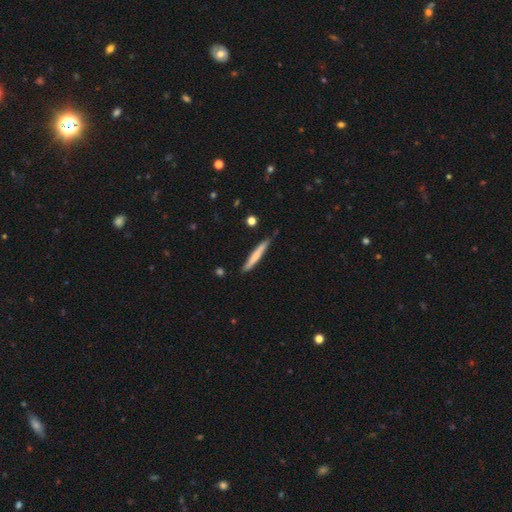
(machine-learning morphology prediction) type=smooth (66%); roundness=cigar-shaped (95%); merging=none (79%).